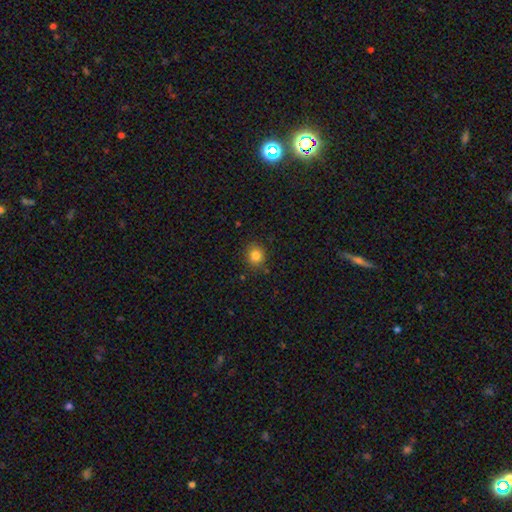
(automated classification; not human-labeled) Morphology: type=smooth (82%); roundness=round (83%); merging=none (85%).